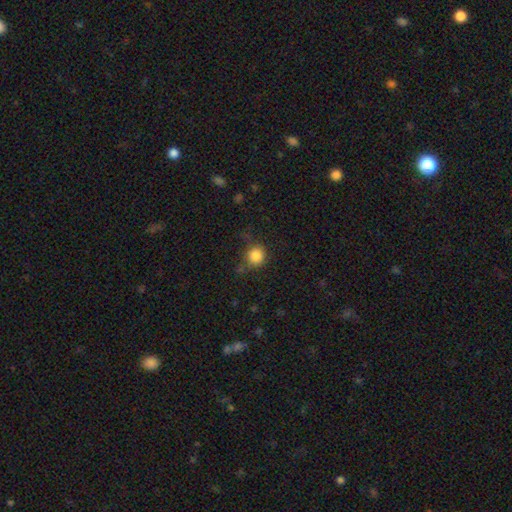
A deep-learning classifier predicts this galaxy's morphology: smooth-or-featured: smooth: 84% | star or artifact: 11% | featured or disk: 5%
  how-rounded: round: 91% | in between: 8% | cigar-shaped: 1%
  merging: none: 72% | minor disturbance: 18% | major disturbance: 6% | merger: 4%